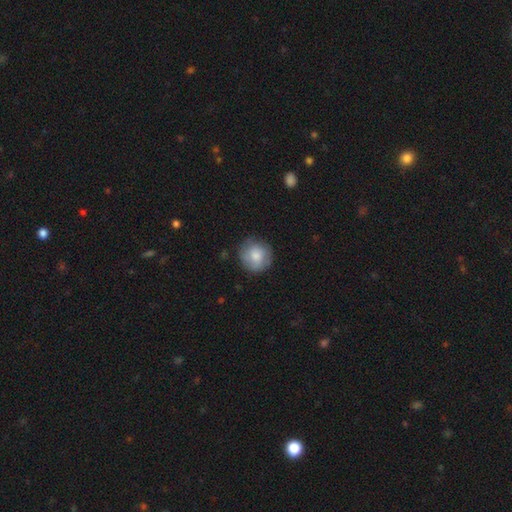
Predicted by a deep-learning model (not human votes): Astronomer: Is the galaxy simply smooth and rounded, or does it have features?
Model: smooth — 71%.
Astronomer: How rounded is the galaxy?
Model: round — 91%.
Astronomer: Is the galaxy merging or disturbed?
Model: none — 79%.